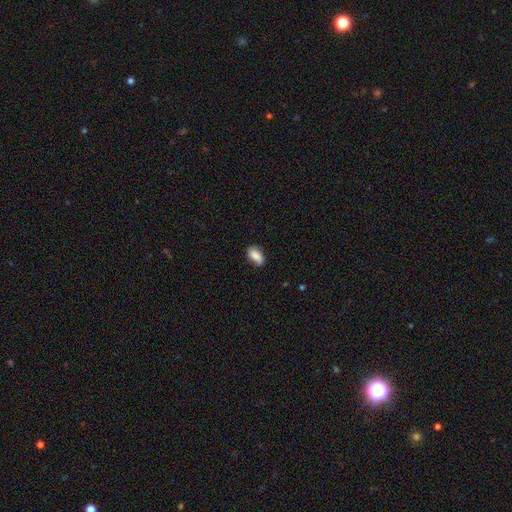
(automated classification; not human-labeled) A smooth galaxy with no disk features (80%) that is in between round and cigar-shaped (89%).

Vote fractions:
- Smooth or featured? smooth: 80% / featured or disk: 12% / star or artifact: 8%
- How rounded? in between: 89% / round: 6% / cigar-shaped: 5%
- Merging? none: 69% / minor disturbance: 24% / major disturbance: 5% / merger: 2%